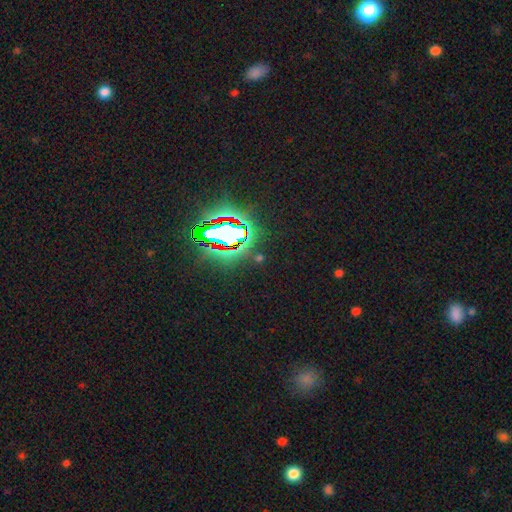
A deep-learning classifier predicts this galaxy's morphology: smooth-or-featured: star or artifact: 76% | smooth: 14% | featured or disk: 10%